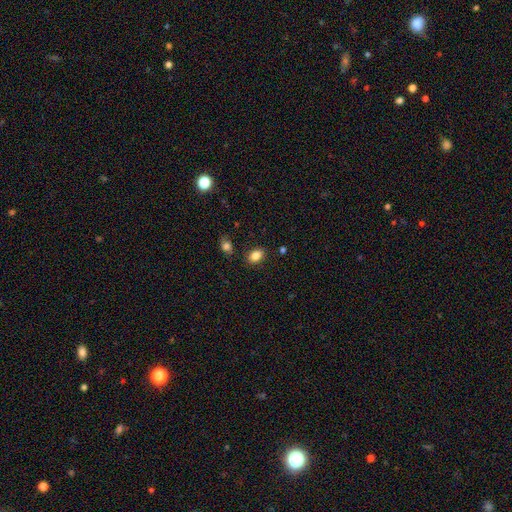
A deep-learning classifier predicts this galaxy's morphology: smooth 85%, star or artifact 9%, featured or disk 6%. Down the decision tree: how rounded — in between (82%); merging — none (84%).